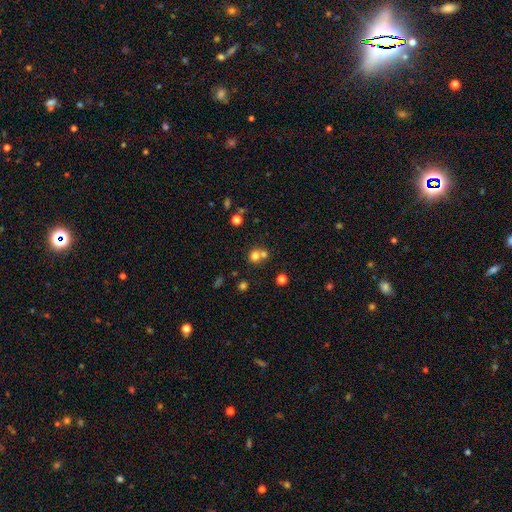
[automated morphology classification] smooth-or-featured: smooth: 72% | star or artifact: 16% | featured or disk: 11%
  how-rounded: round: 85% | in between: 14% | cigar-shaped: 1%
  merging: merger: 46% | none: 45% | minor disturbance: 6% | major disturbance: 3%